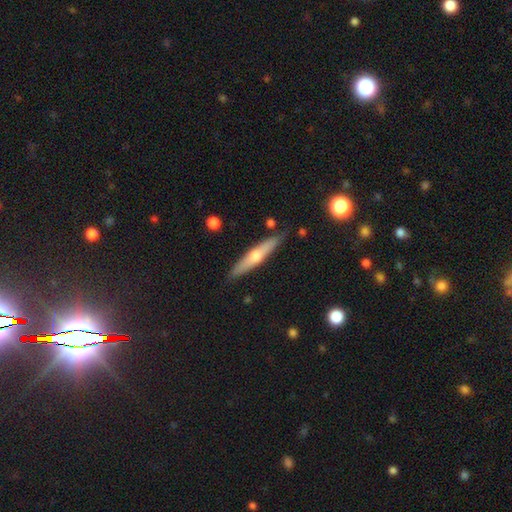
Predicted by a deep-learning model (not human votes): This is possibly a featured or disk galaxy (53%). It is clearly viewed edge-on (93%). Merging: clearly none (86%).